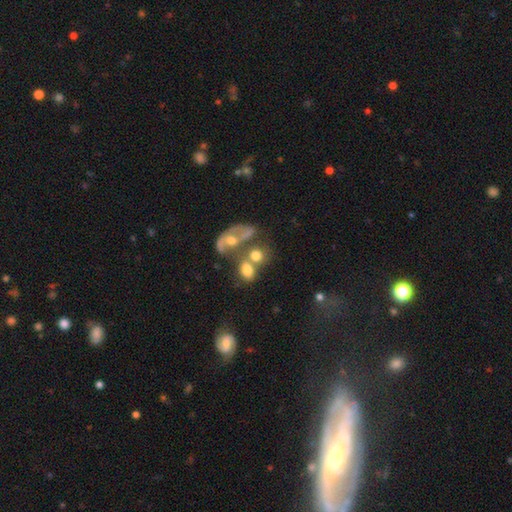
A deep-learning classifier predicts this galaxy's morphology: The model was most divided on "how rounded": in between: 53%, round: 45%, cigar-shaped: 2%. More confident: smooth or featured — smooth (64%); merging — merger (50%).